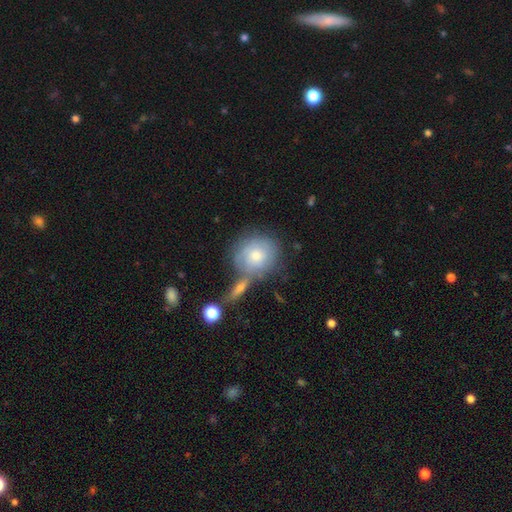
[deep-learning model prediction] Overall: smooth (58%; featured or disk 34%). How rounded: round (83%). Merging: none (53%; merger 24%).